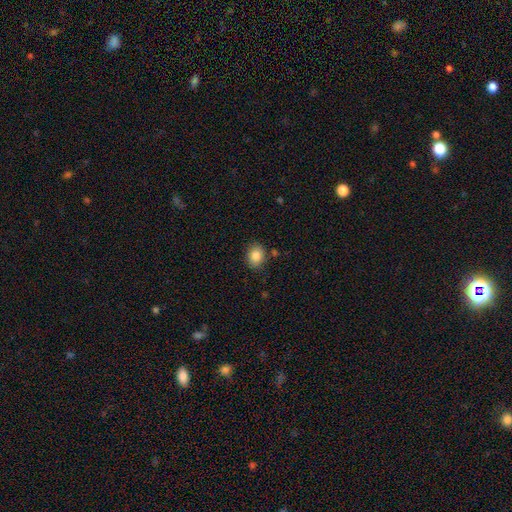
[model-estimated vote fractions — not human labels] This appears to be a smooth galaxy with no disk features (84%) that is round (51%). Merging: none (83%).